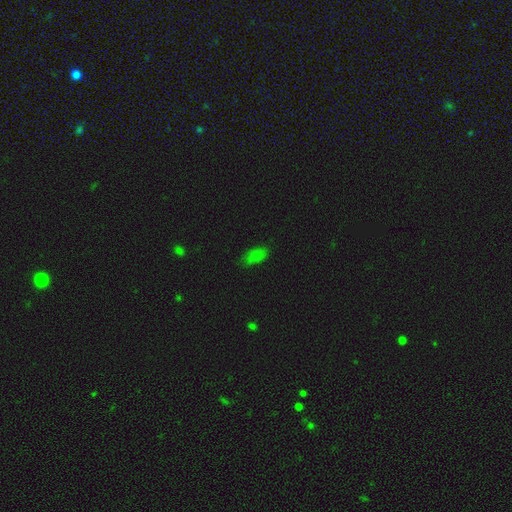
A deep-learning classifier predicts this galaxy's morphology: smooth-or-featured: smooth: 78% | star or artifact: 15% | featured or disk: 7%
  how-rounded: in between: 89% | cigar-shaped: 7% | round: 4%
  merging: none: 72% | minor disturbance: 22% | major disturbance: 5% | merger: 2%